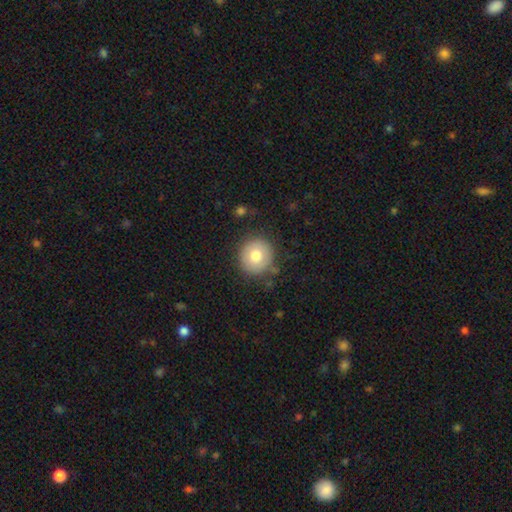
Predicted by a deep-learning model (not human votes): The model was most divided on "smooth or featured": smooth: 76%, featured or disk: 15%, star or artifact: 8%. More confident: how rounded — round (91%); merging — none (84%).